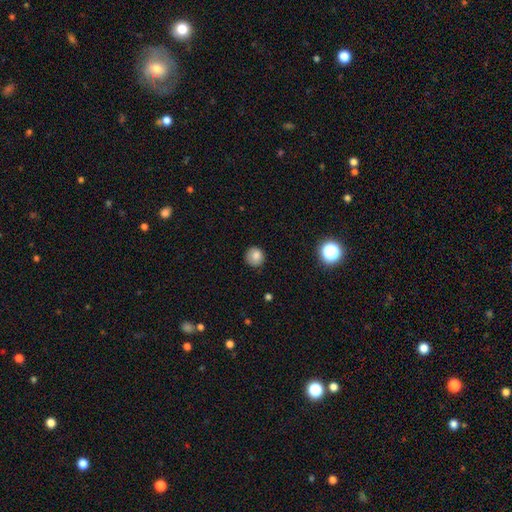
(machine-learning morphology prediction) smooth 82%, star or artifact 11%, featured or disk 6%. Down the decision tree: how rounded — round (92%); merging — none (83%).